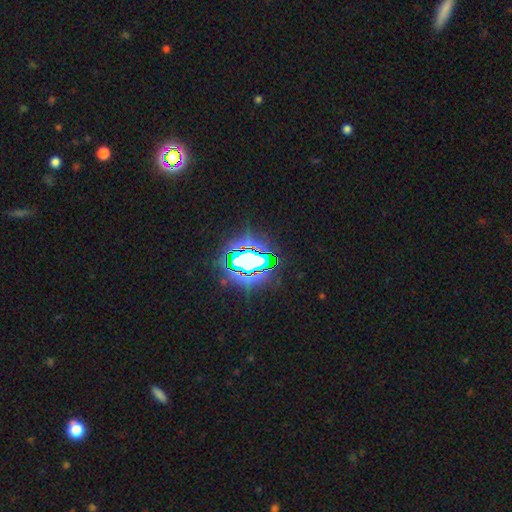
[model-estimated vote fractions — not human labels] A star or artifact, not a galaxy (82%).

Vote fractions:
- Smooth or featured? star or artifact: 82% / smooth: 10% / featured or disk: 7%